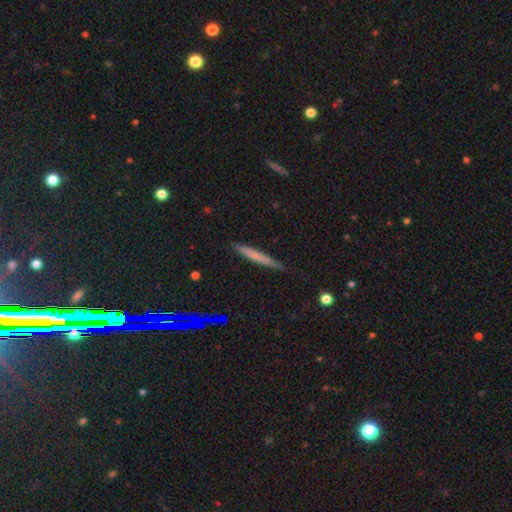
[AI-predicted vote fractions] Smooth or featured? Predicted: smooth (p=0.60). How rounded? Predicted: cigar-shaped (p=0.94). Merging? Predicted: none (p=0.86).